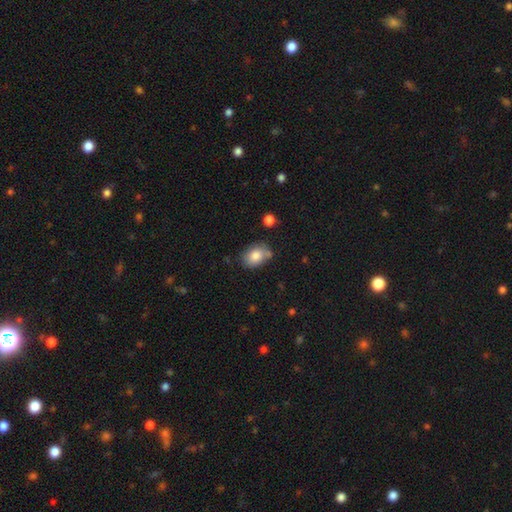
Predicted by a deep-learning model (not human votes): The model was most divided on "how rounded": in between: 71%, round: 28%, cigar-shaped: 1%. More confident: smooth or featured — smooth (82%); merging — none (66%).